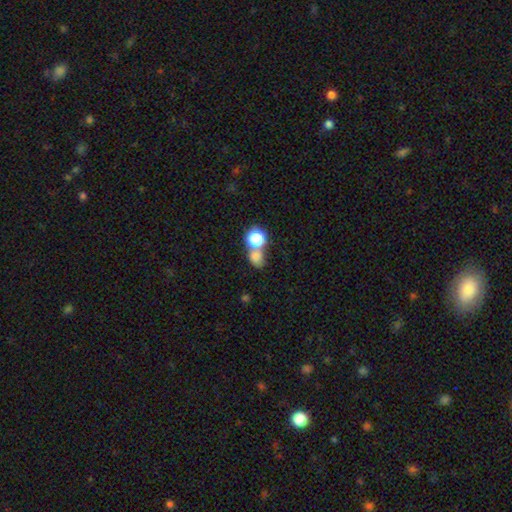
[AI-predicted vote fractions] A smooth galaxy with no disk features (72%) that is round (62%).

Vote fractions:
- Smooth or featured? smooth: 72% / star or artifact: 18% / featured or disk: 10%
- How rounded? round: 62% / in between: 37% / cigar-shaped: 2%
- Merging? merger: 48% / none: 37% / minor disturbance: 9% / major disturbance: 6%